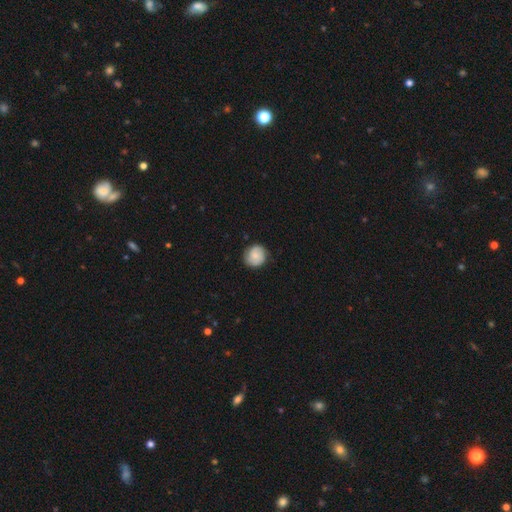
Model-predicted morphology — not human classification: Overall: smooth (71%). How rounded: round (89%). Merging: none (85%).